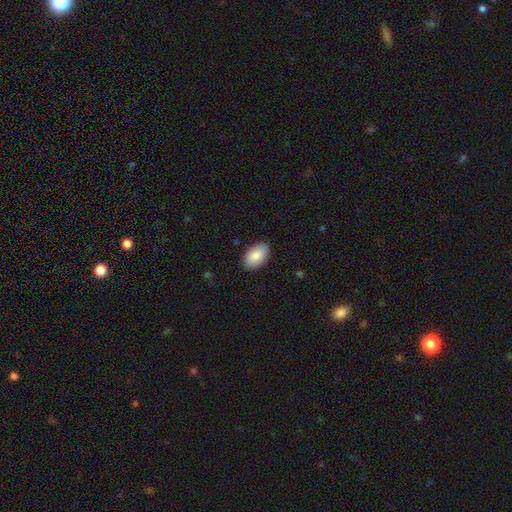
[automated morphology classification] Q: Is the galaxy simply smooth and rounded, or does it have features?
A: smooth — 87%.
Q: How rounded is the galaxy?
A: in between — 93%.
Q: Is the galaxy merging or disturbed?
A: none — 87%.